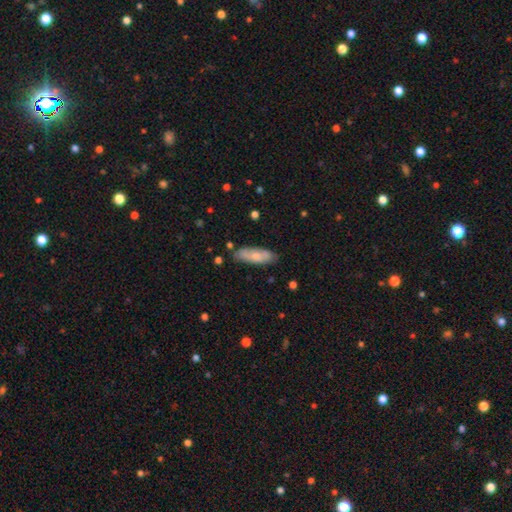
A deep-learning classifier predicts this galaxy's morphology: Smooth or featured?
  - smooth: 70% *
  - featured or disk: 24%
  - star or artifact: 6%
How rounded?
  - in between: 56% *
  - cigar-shaped: 42%
  - round: 2%
Merging?
  - none: 79% *
  - minor disturbance: 16%
  - major disturbance: 3%
  - merger: 3%